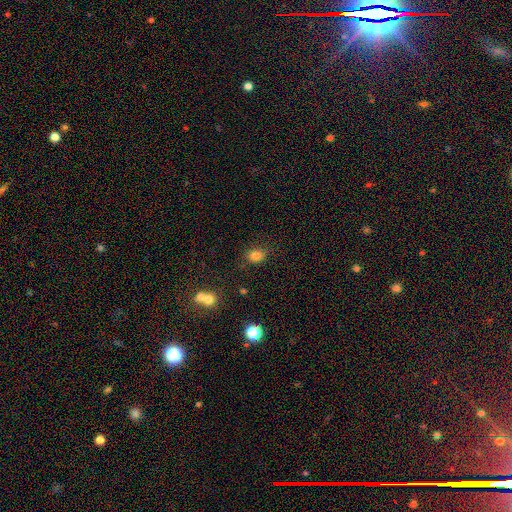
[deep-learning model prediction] Smooth or featured: smooth — 81% (star or artifact — 12%)
How rounded: in between — 57% (round — 41%)
Merging: none — 79% (minor disturbance — 14%)